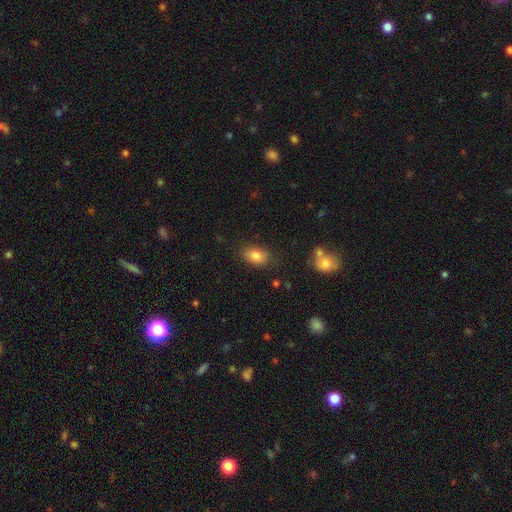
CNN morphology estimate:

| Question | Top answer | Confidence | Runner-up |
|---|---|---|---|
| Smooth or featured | smooth | 83% | featured or disk (9%) |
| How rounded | in between | 86% | round (12%) |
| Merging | none | 80% | minor disturbance (14%) |